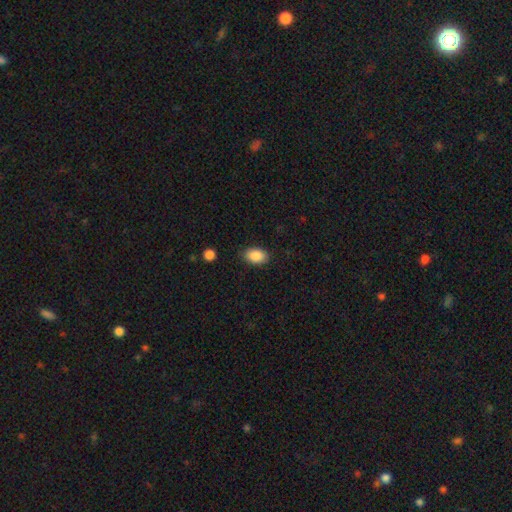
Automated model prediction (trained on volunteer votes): Smooth or featured? smooth (88%)
How rounded? in between (87%)
Merging? none (86%)